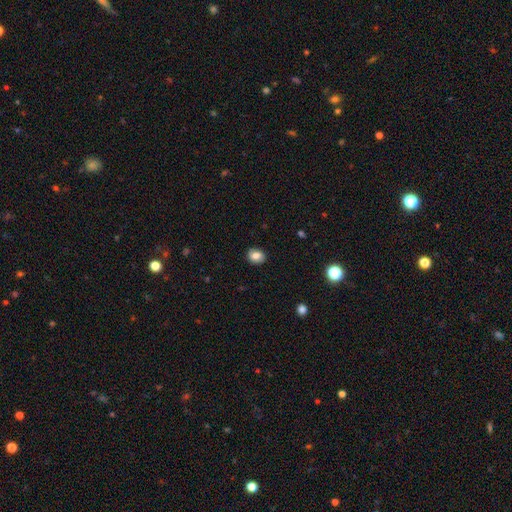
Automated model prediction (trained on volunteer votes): smooth 79%, featured or disk 11%, star or artifact 10%. Down the decision tree: how rounded — round (60%); merging — none (89%).